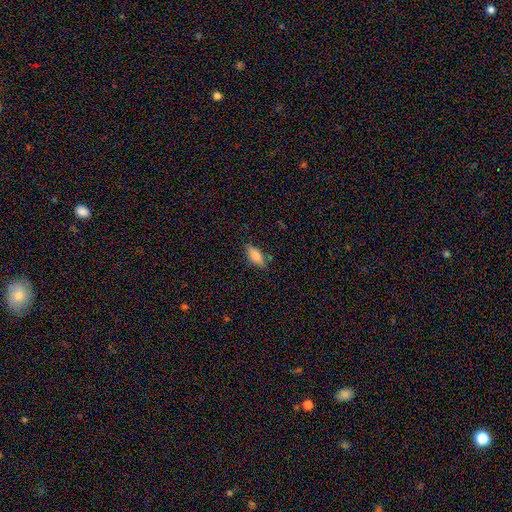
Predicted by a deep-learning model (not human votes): A smooth galaxy with no disk features (81%) that is in between round and cigar-shaped (84%). Merging: none (78%).